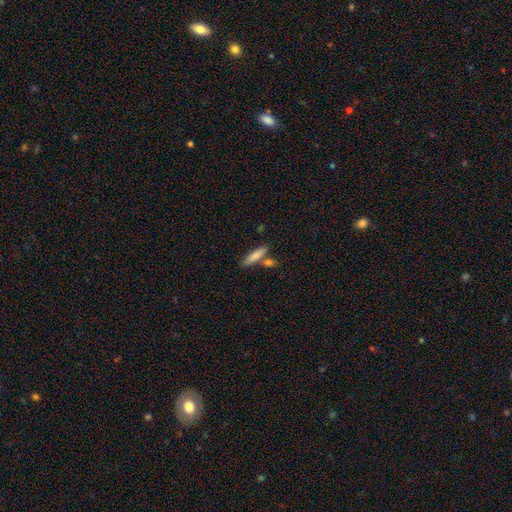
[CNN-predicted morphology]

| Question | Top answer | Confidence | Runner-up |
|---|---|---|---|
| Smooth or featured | smooth | 78% | featured or disk (16%) |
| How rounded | cigar-shaped | 74% | in between (24%) |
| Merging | none | 65% | merger (20%) |